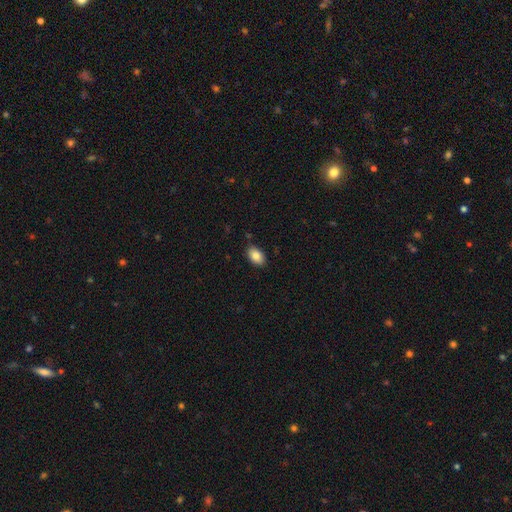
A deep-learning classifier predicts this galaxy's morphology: This appears to be a smooth galaxy with no disk features (86%) that is in between round and cigar-shaped (90%). Merging: none (87%).